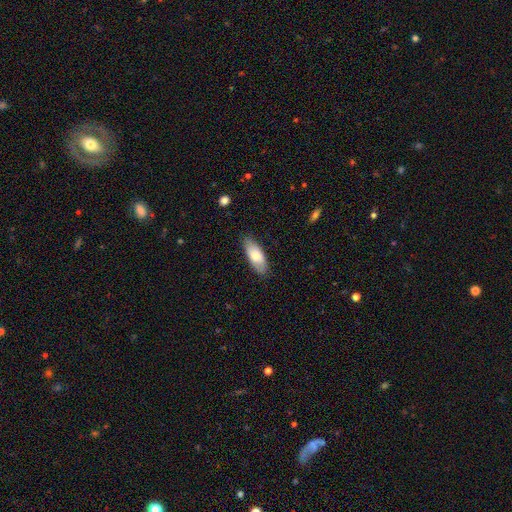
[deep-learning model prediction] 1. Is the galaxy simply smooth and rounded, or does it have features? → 72% smooth, 22% featured or disk, 6% star or artifact.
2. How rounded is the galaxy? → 79% in between, 19% cigar-shaped, 2% round.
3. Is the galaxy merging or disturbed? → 84% none, 13% minor disturbance, 2% major disturbance, 1% merger.